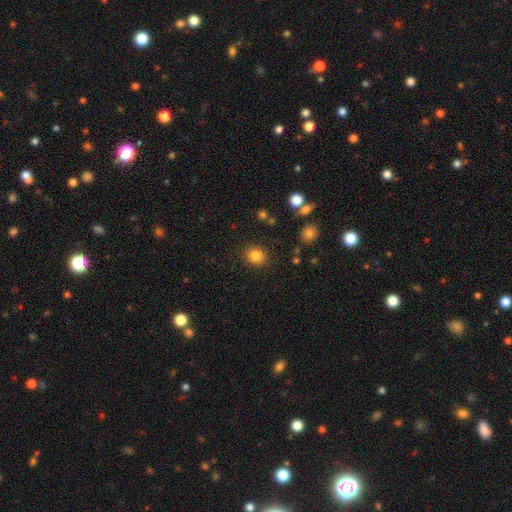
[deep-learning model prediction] Smooth or featured? Predicted: smooth (p=0.83). How rounded? Predicted: round (p=0.78). Merging? Predicted: none (p=0.88).